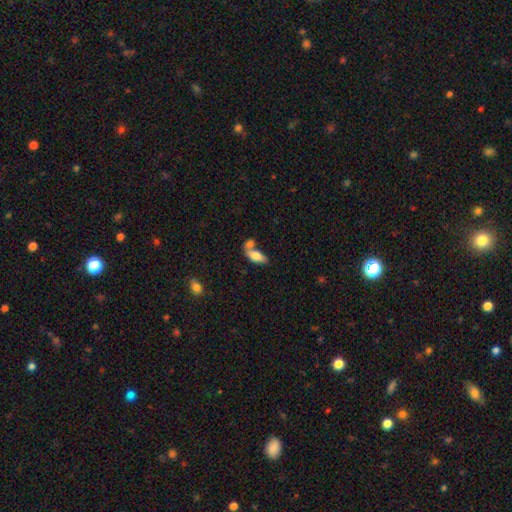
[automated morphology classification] Smooth or featured? smooth (74%)
How rounded? in between (84%)
Merging? merger (47%)